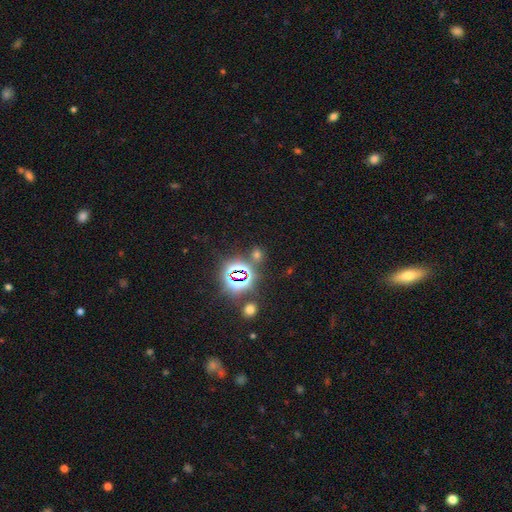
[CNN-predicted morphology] smooth_or_featured: star or artifact (p=0.73) [alt: smooth p=0.19]